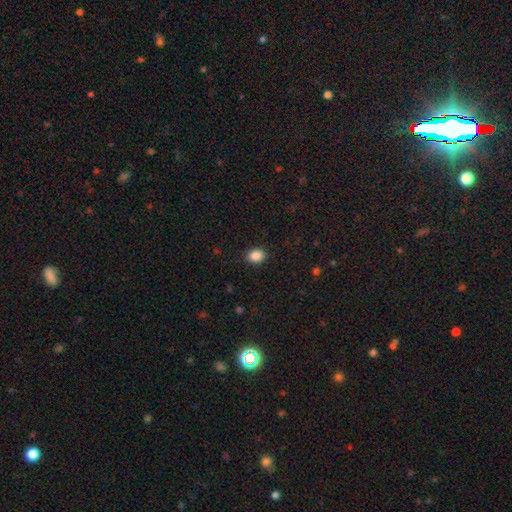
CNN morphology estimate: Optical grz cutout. It shows a smooth galaxy with no disk features (88%) that is in between round and cigar-shaped (56%). Merging: none (89%).